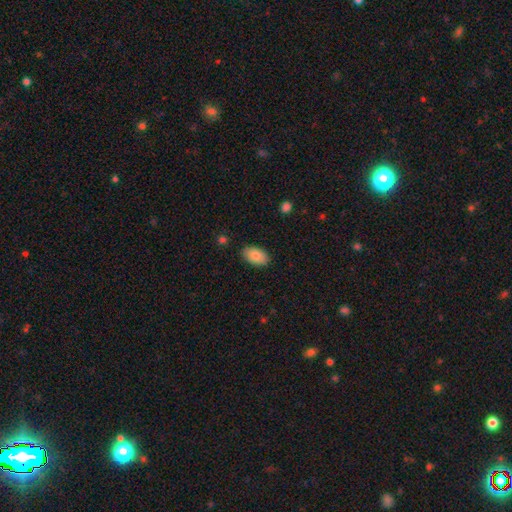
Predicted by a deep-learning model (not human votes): Q: Smooth or featured?
A: smooth (85%); runner-up: featured or disk (8%)
Q: How rounded?
A: in between (94%); runner-up: round (5%)
Q: Merging?
A: none (88%); runner-up: minor disturbance (9%)